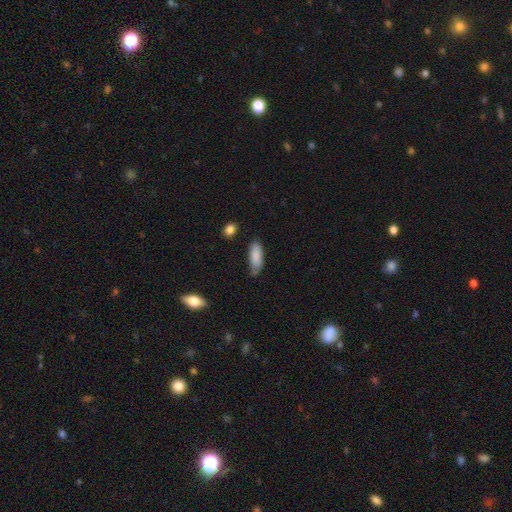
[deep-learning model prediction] Overall: smooth (86%). How rounded: in between (72%). Merging: none (67%).